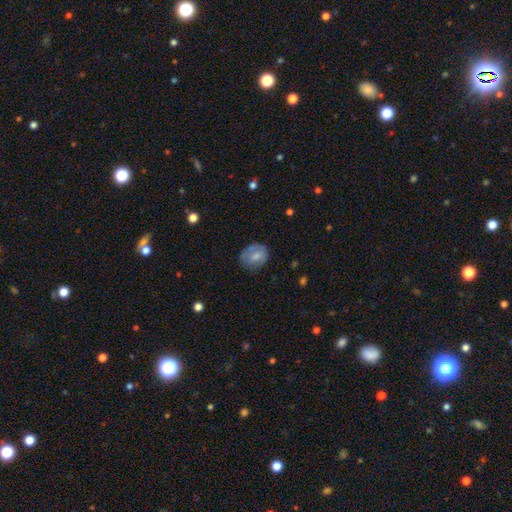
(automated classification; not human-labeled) This appears to be a smooth galaxy with no disk features (67%) that is round (53%). Merging: none (66%).